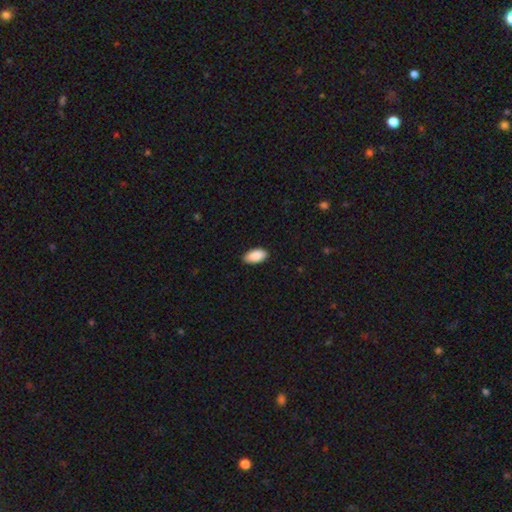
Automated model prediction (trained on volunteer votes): Smooth or featured? Predicted: smooth (p=0.91). How rounded? Predicted: in between (p=0.95). Merging? Predicted: none (p=0.87).